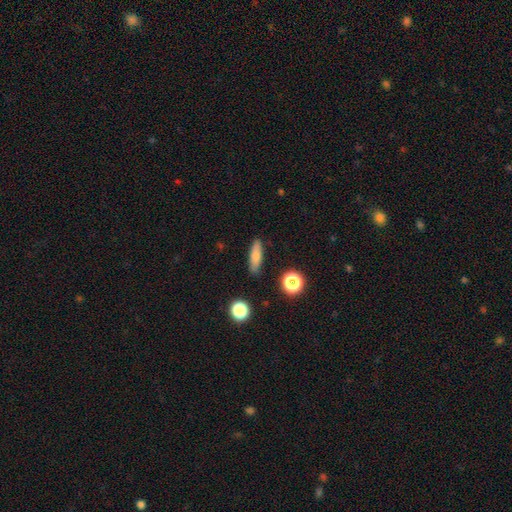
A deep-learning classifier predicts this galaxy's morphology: Smooth or featured: smooth — 78% (featured or disk — 13%)
How rounded: cigar-shaped — 60% (in between — 34%)
Merging: none — 86% (minor disturbance — 10%)